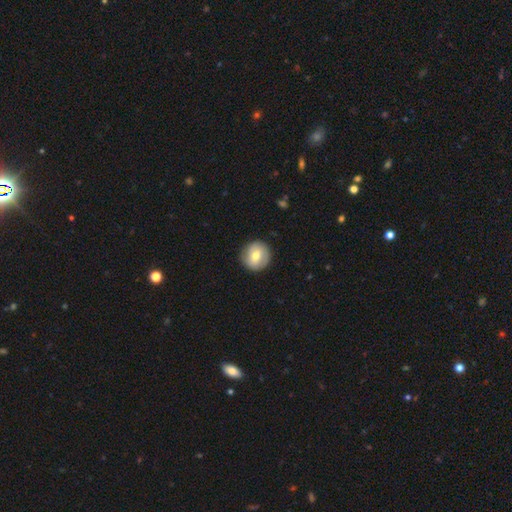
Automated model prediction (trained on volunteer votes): Overall: smooth (64%; featured or disk 29%). How rounded: round (92%). Merging: none (87%).